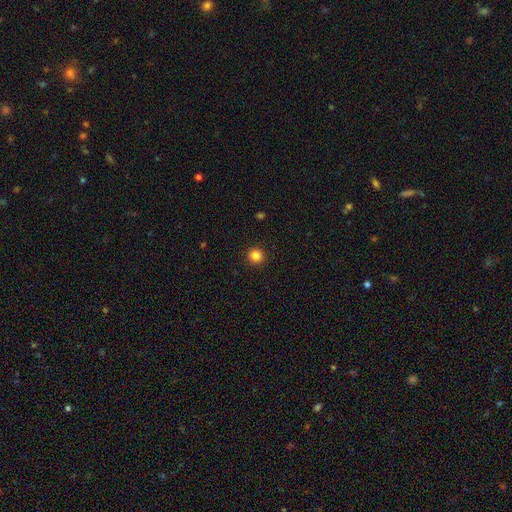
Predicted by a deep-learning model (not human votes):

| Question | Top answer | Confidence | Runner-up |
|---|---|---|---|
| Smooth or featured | smooth | 84% | star or artifact (12%) |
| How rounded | round | 96% | in between (3%) |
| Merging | none | 93% | minor disturbance (4%) |